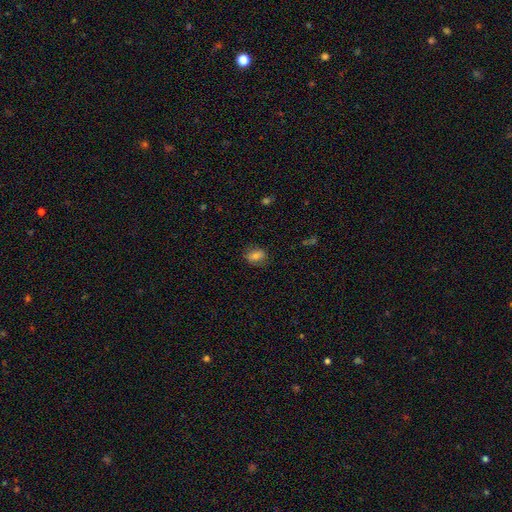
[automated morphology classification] Smooth or featured? smooth (74%)
How rounded? in between (72%)
Merging? none (81%)